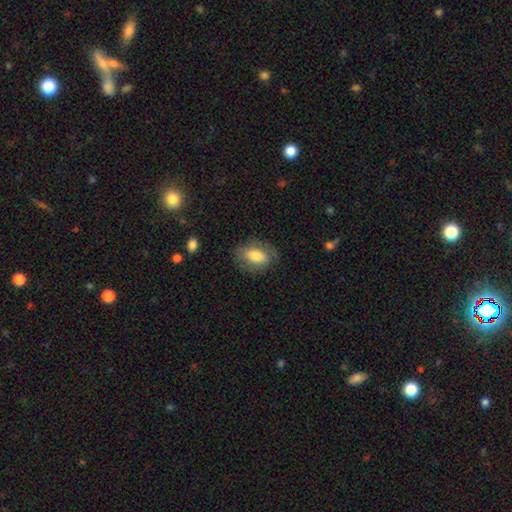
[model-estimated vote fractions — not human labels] A smooth galaxy with no disk features (72%) that is in between round and cigar-shaped (83%).

Vote fractions:
- Smooth or featured? smooth: 72% / featured or disk: 21% / star or artifact: 7%
- How rounded? in between: 83% / round: 15% / cigar-shaped: 2%
- Merging? none: 76% / minor disturbance: 16% / major disturbance: 6% / merger: 1%